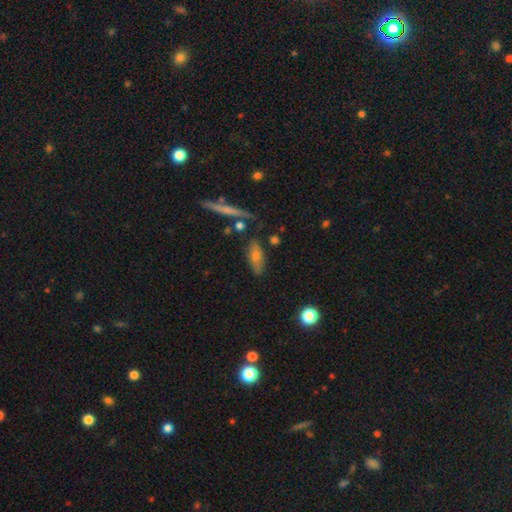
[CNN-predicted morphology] This is possibly a smooth galaxy (58%). How rounded: possibly in between (58%). Merging: likely none (72%).